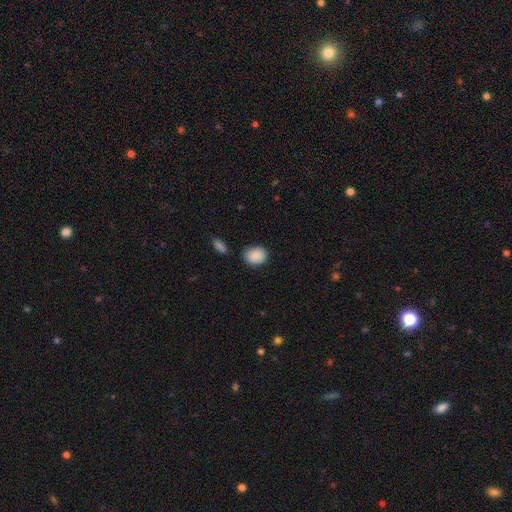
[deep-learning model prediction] smooth 89%, star or artifact 7%, featured or disk 4%. Down the decision tree: how rounded — in between (58%); merging — none (77%).